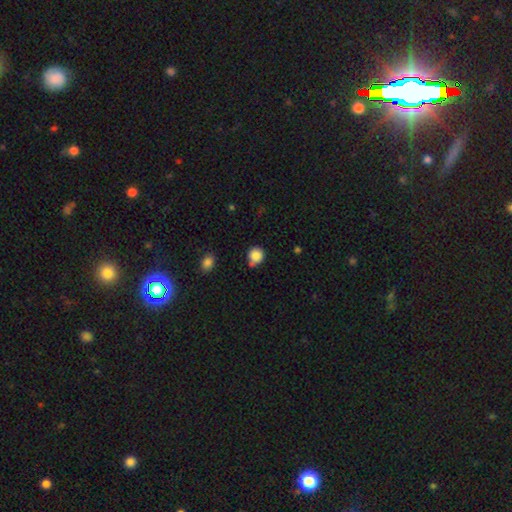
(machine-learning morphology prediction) Smooth or featured: smooth — 86% (star or artifact — 10%)
How rounded: round — 88% (in between — 11%)
Merging: none — 64% (minor disturbance — 21%)